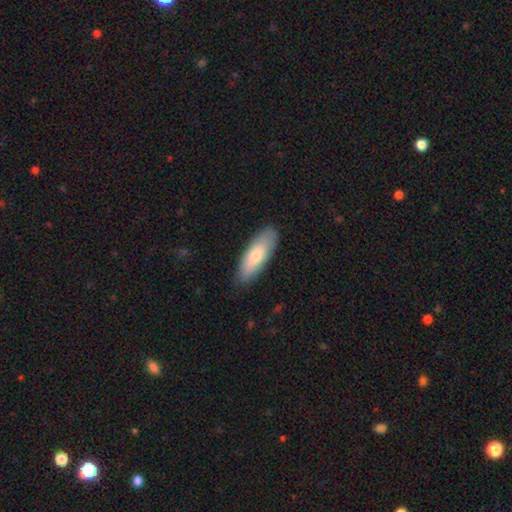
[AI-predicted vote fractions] Smooth or featured? smooth (73%)
How rounded? in between (62%)
Merging? none (84%)